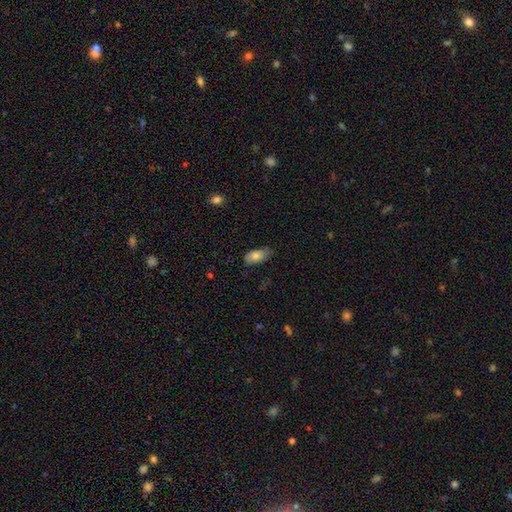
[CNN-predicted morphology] This appears to be a smooth galaxy with no disk features (76%) that is in between round and cigar-shaped (92%). Merging: none (66%).